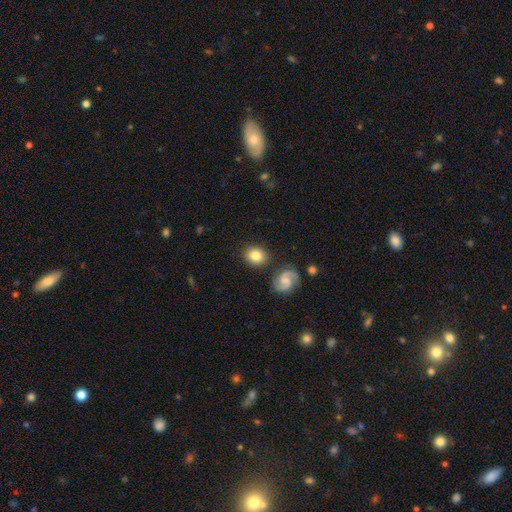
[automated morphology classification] Smooth or featured: smooth — 76% (featured or disk — 16%)
How rounded: round — 67% (in between — 32%)
Merging: none — 81% (minor disturbance — 11%)